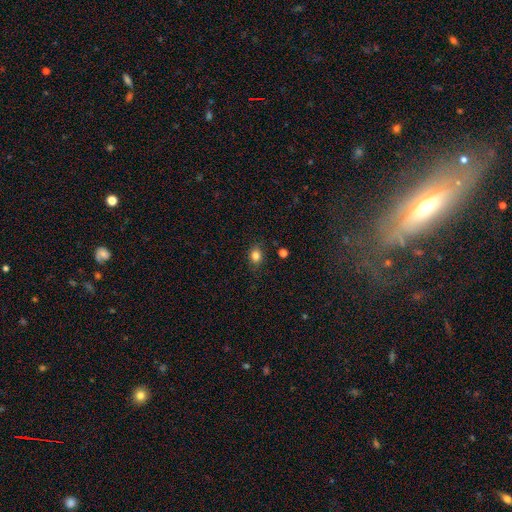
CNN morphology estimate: The model was most divided on "how rounded": in between: 50%, round: 49%, cigar-shaped: 1%. More confident: merging — none (83%); smooth or featured — smooth (82%).